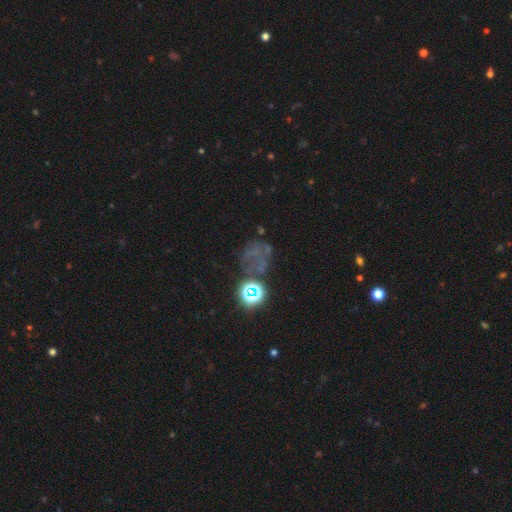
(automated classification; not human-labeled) Smooth or featured? star or artifact (52%)